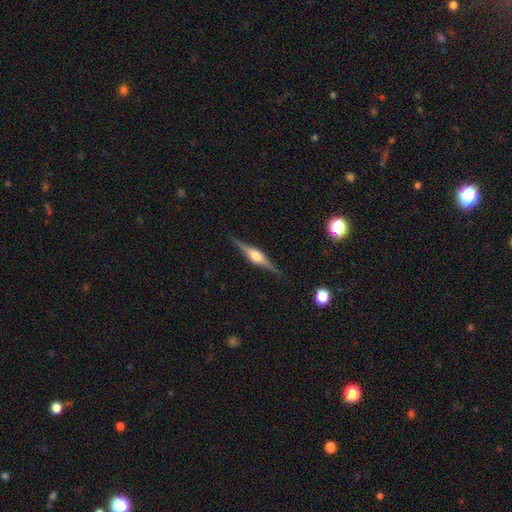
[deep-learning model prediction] smooth_or_featured: featured or disk (p=0.83) [alt: smooth p=0.12]
disk_edge_on: yes (p=0.98) [alt: no p=0.02]
edge_on_bulge: rounded (p=0.91) [alt: boxy p=0.07]
merging: none (p=0.90) [alt: minor disturbance p=0.07]